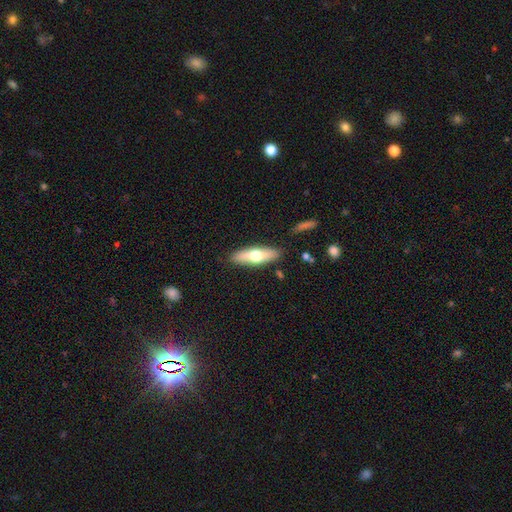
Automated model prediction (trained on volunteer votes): Smooth or featured?
  - smooth: 57% *
  - featured or disk: 37%
  - star or artifact: 6%
How rounded?
  - cigar-shaped: 50% *
  - in between: 48%
  - round: 2%
Merging?
  - none: 86% *
  - minor disturbance: 10%
  - major disturbance: 2%
  - merger: 2%